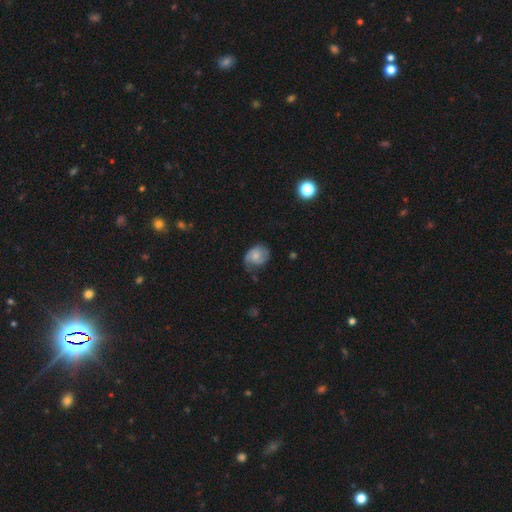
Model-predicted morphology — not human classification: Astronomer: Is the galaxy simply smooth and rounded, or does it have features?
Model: featured or disk — 50% (runner-up: smooth, 42%).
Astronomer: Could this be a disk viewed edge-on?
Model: no — 97%.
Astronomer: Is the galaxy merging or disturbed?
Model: none — 51% (runner-up: minor disturbance, 32%).